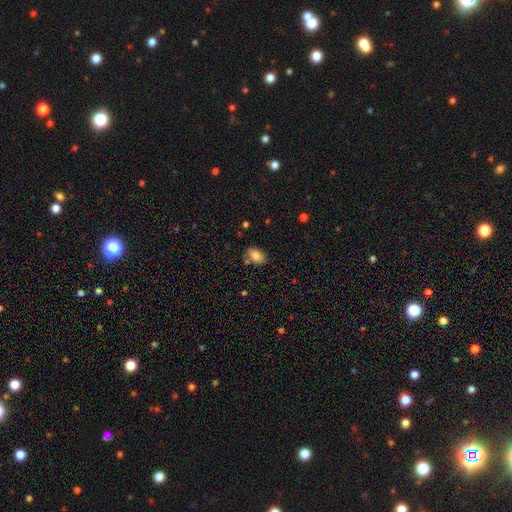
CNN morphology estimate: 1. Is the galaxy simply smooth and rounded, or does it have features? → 82% smooth, 9% featured or disk, 9% star or artifact.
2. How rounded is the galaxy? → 83% in between, 15% round, 1% cigar-shaped.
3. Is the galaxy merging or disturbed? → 74% none, 17% minor disturbance, 6% merger, 4% major disturbance.